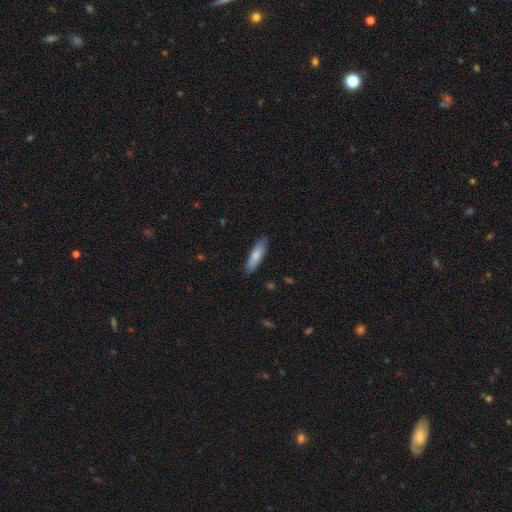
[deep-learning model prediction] Q: Smooth or featured?
A: smooth (77%); runner-up: featured or disk (17%)
Q: How rounded?
A: cigar-shaped (67%); runner-up: in between (31%)
Q: Merging?
A: none (86%); runner-up: minor disturbance (11%)